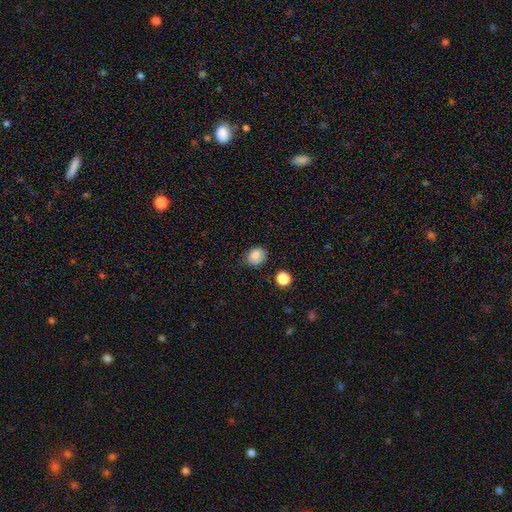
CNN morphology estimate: Smooth or featured? Predicted: smooth (p=0.84). How rounded? Predicted: round (p=0.57). Merging? Predicted: none (p=0.72).